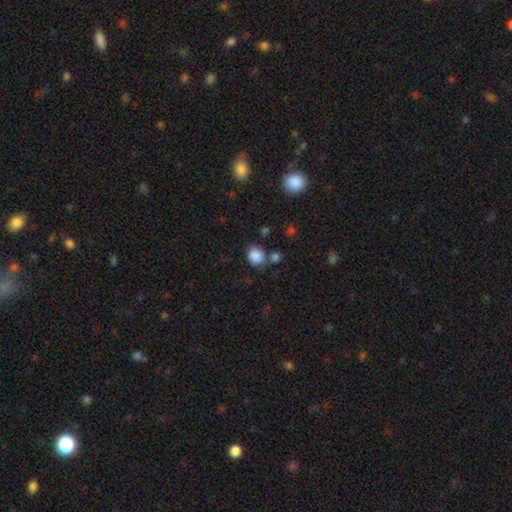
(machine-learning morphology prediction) The model was most divided on "merging": none: 67%, merger: 14%, minor disturbance: 14%, major disturbance: 5%. More confident: smooth or featured — smooth (86%); how rounded — round (79%).